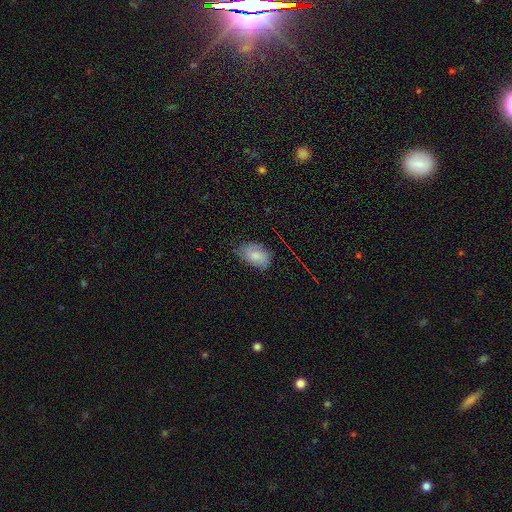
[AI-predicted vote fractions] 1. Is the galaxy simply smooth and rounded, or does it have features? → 81% smooth, 11% featured or disk, 8% star or artifact.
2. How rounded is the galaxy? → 89% in between, 10% round, 1% cigar-shaped.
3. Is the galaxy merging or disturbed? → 64% none, 28% minor disturbance, 6% major disturbance, 1% merger.